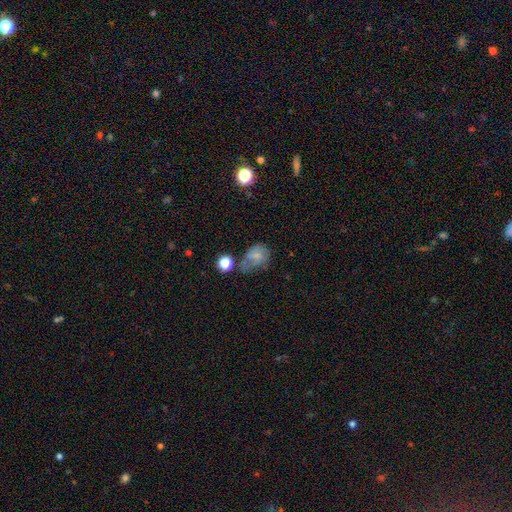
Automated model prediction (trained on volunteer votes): Smooth or featured? Predicted: smooth (p=0.65). How rounded? Predicted: in between (p=0.61). Merging? Predicted: none (p=0.32).